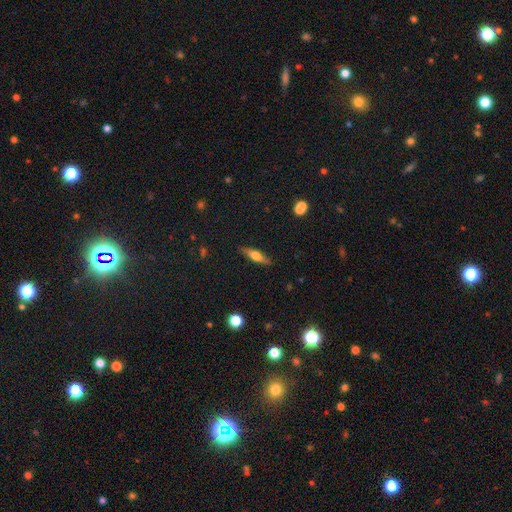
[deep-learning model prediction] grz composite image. It shows a featured or disk galaxy (51%) viewed edge-on (92%). Merging: none (87%).